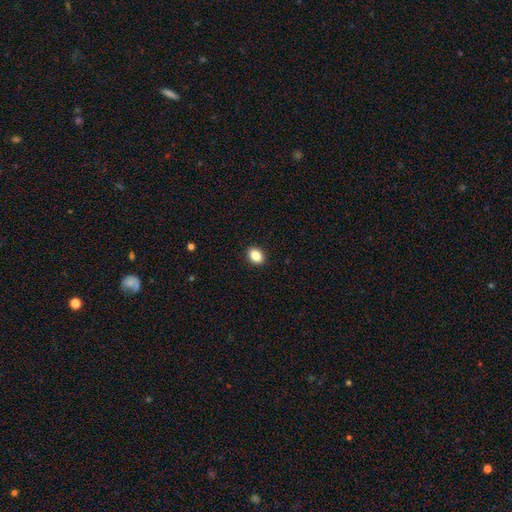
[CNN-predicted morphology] A smooth galaxy with no disk features (87%) that is in between round and cigar-shaped (71%). Merging: none (92%).